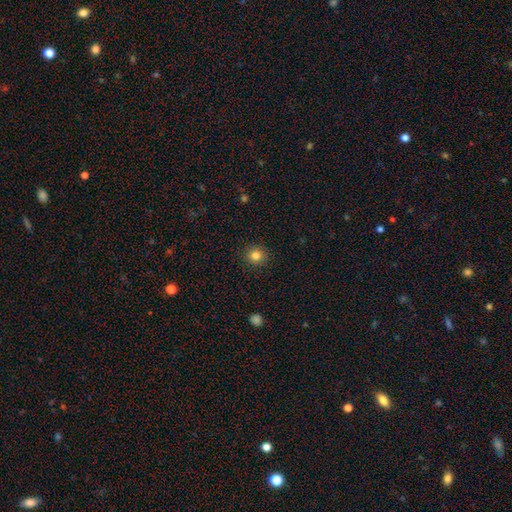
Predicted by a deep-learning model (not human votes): The model was most divided on "smooth or featured": smooth: 82%, star or artifact: 12%, featured or disk: 6%. More confident: merging — none (92%); how rounded — round (91%).